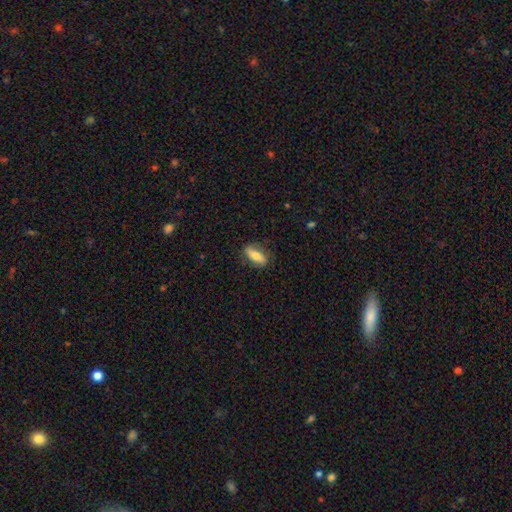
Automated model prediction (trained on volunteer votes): Morphology: type=smooth (62%); roundness=in between (76%); merging=none (77%).